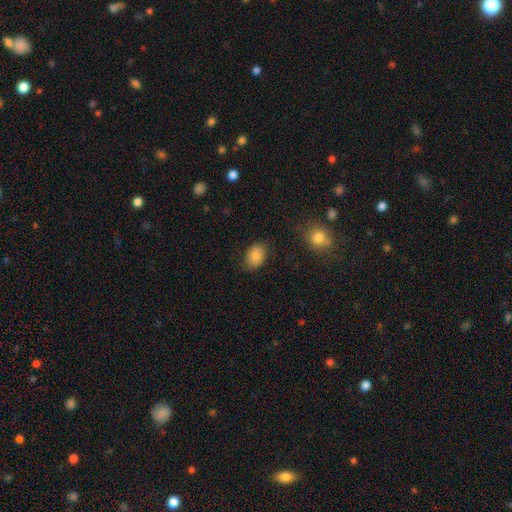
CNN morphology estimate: A smooth galaxy with no disk features (84%) that is in between round and cigar-shaped (78%). Merging: none (82%).